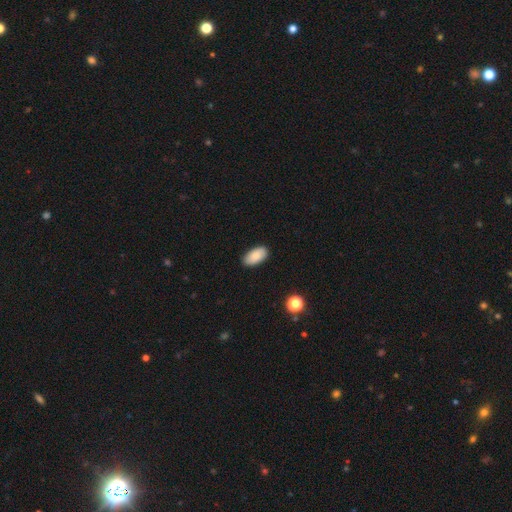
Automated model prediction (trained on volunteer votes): smooth_or_featured: smooth (p=0.87) [alt: star or artifact p=0.07]
how_rounded: in between (p=0.95) [alt: round p=0.03]
merging: none (p=0.87) [alt: minor disturbance p=0.10]